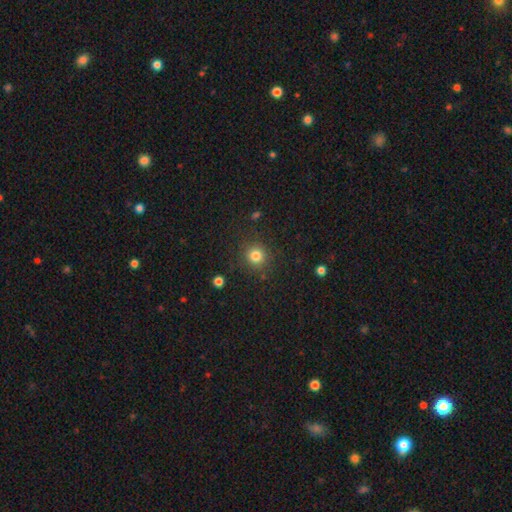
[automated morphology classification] This appears to be a smooth galaxy with no disk features (81%) that is round (92%). Merging: none (87%).